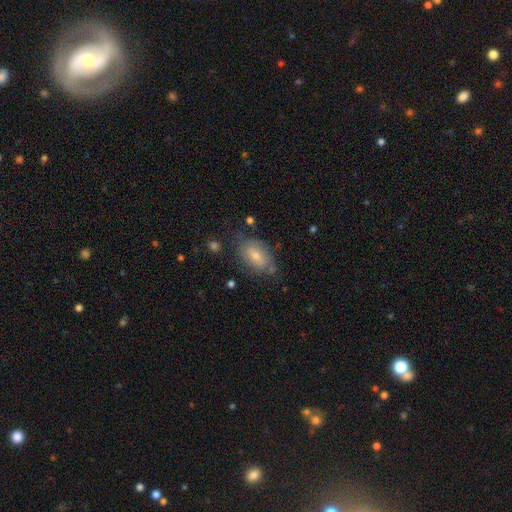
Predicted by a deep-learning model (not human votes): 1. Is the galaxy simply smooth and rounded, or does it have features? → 47% smooth, 42% featured or disk, 11% star or artifact.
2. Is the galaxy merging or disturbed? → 65% none, 24% minor disturbance, 8% major disturbance, 3% merger.